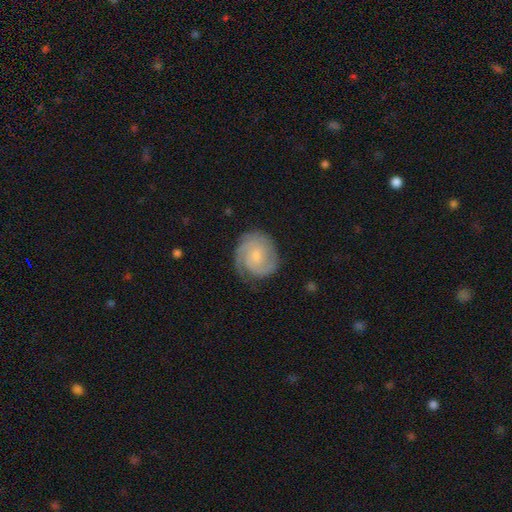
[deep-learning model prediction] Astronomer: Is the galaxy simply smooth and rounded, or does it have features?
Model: featured or disk — 79%.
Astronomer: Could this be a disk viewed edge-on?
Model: no — 98%.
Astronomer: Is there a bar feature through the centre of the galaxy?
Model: no — 58% (runner-up: weak, 37%).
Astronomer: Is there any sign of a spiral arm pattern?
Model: yes — 96%.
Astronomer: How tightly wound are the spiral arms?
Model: tight — 68%.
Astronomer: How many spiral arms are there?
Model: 2 — 46%.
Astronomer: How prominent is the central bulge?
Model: small — 61%.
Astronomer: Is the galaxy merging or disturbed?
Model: none — 76%.